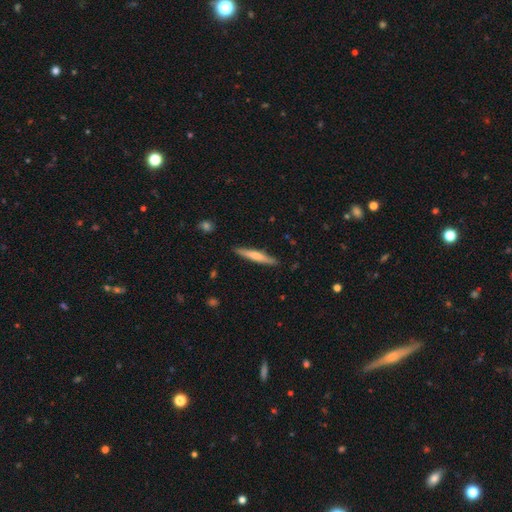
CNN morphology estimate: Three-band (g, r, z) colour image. It shows a smooth galaxy with no disk features (58%) that is cigar-shaped (93%). Merging: none (89%).